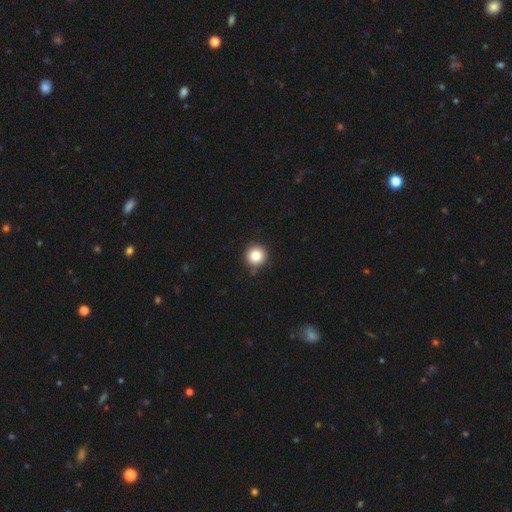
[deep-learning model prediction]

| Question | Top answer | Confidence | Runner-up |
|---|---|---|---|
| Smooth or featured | smooth | 84% | star or artifact (10%) |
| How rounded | round | 96% | in between (4%) |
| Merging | none | 89% | minor disturbance (8%) |